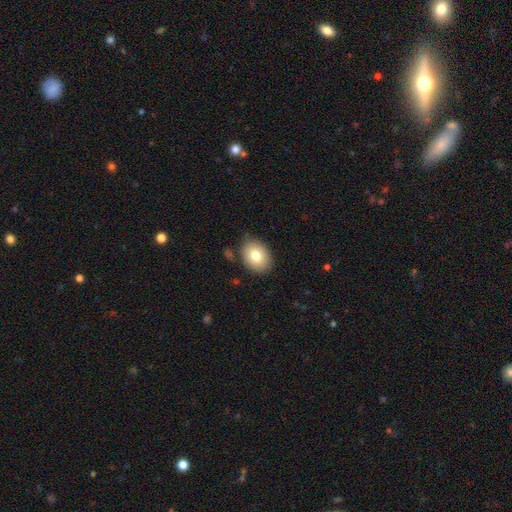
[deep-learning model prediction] Smooth or featured: smooth — 79% (featured or disk — 13%)
How rounded: in between — 69% (round — 30%)
Merging: none — 82% (minor disturbance — 14%)